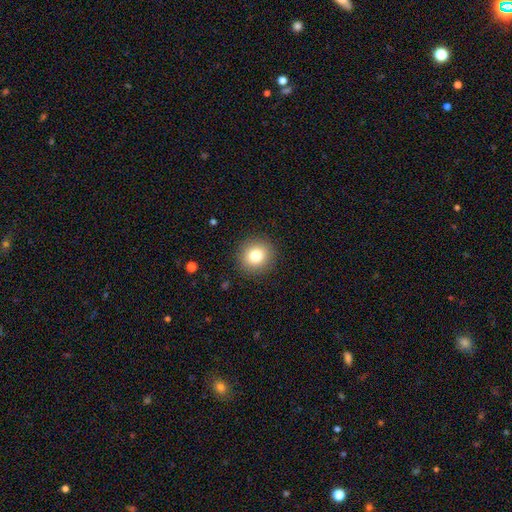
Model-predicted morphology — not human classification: Smooth or featured? Predicted: smooth (p=0.80). How rounded? Predicted: round (p=0.87). Merging? Predicted: none (p=0.90).